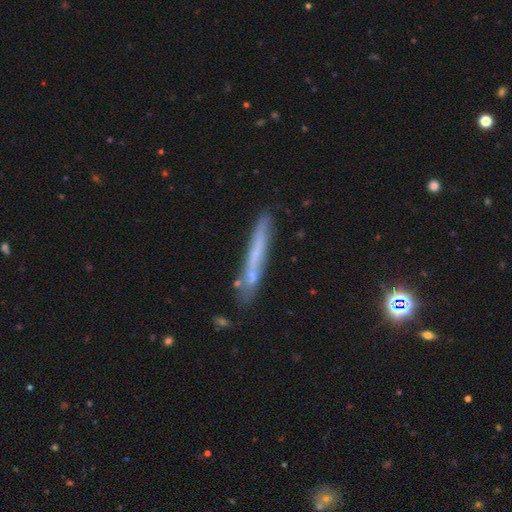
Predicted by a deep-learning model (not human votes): A smooth galaxy with no disk features (45%, tied with featured or disk). Merging: none (76%).